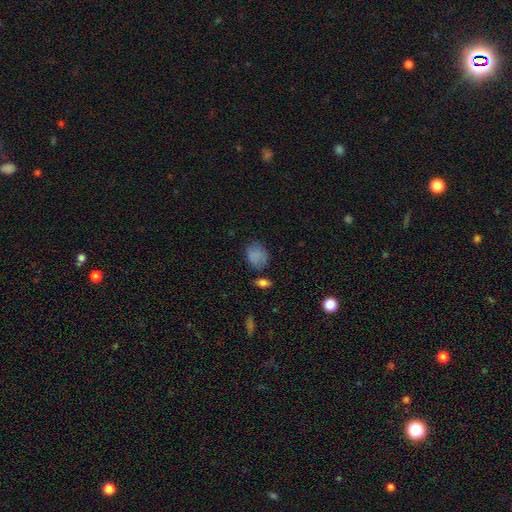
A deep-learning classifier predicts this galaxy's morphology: Q: Smooth or featured?
A: smooth (82%); runner-up: star or artifact (10%)
Q: How rounded?
A: round (52%); runner-up: in between (47%)
Q: Merging?
A: none (67%); runner-up: minor disturbance (21%)